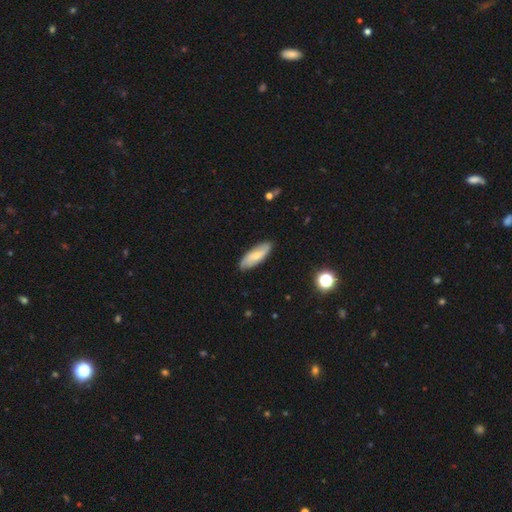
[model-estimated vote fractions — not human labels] Smooth or featured?
  - smooth: 65% *
  - featured or disk: 28%
  - star or artifact: 6%
How rounded?
  - in between: 61% *
  - cigar-shaped: 37%
  - round: 2%
Merging?
  - none: 85% *
  - minor disturbance: 11%
  - major disturbance: 2%
  - merger: 1%